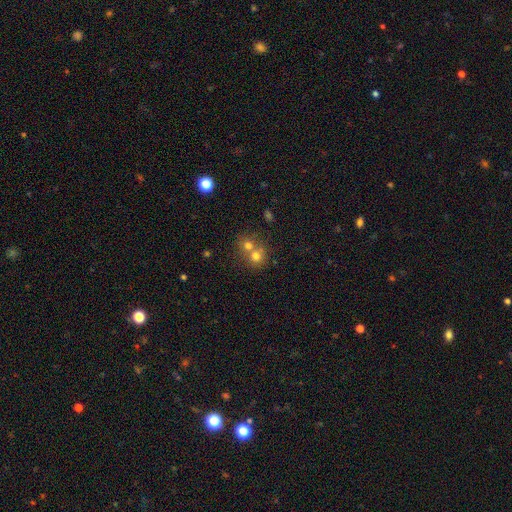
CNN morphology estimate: Smooth or featured? Predicted: smooth (p=0.69). How rounded? Predicted: round (p=0.81). Merging? Predicted: merger (p=0.59).